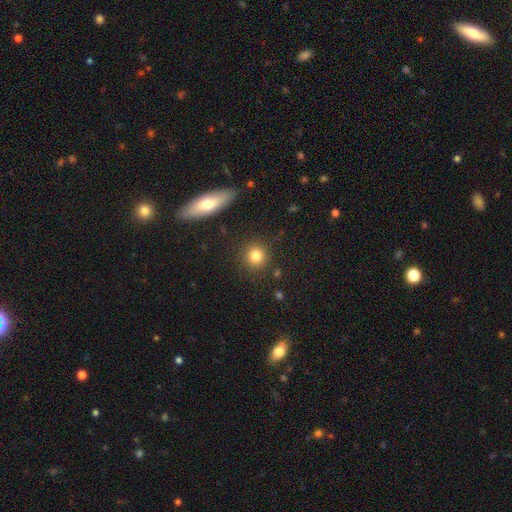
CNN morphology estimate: Smooth or featured: smooth — 82% (star or artifact — 11%)
How rounded: round — 89% (in between — 10%)
Merging: none — 88% (minor disturbance — 7%)